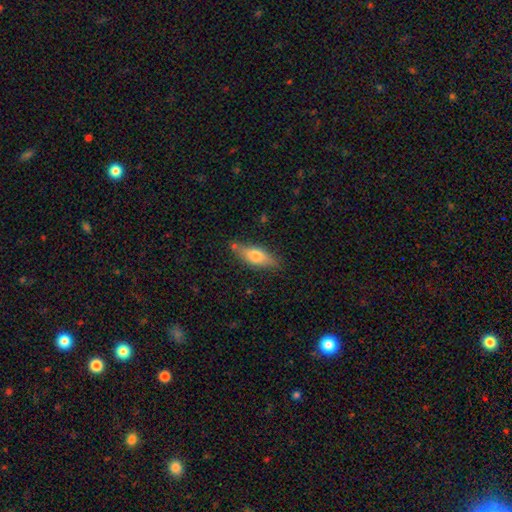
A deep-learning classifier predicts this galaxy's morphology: Smooth or featured: smooth — 62% (featured or disk — 31%)
How rounded: in between — 63% (cigar-shaped — 34%)
Merging: none — 75% (minor disturbance — 17%)